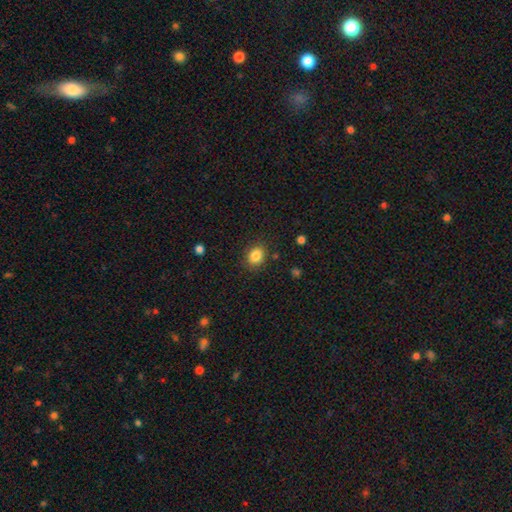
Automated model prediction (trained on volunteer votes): smooth 84%, star or artifact 10%, featured or disk 6%. Down the decision tree: how rounded — round (53%); merging — none (84%).